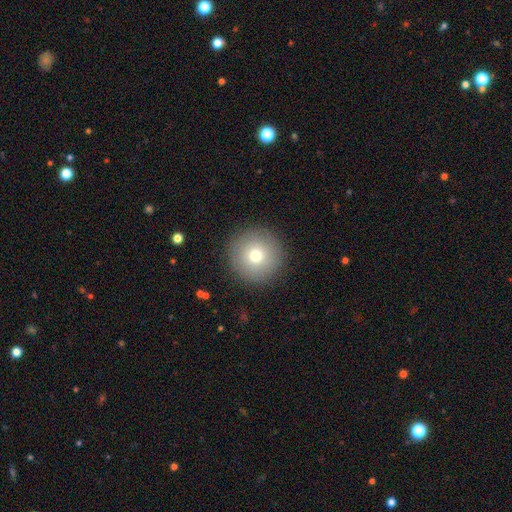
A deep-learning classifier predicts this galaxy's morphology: The model was most divided on "smooth or featured": smooth: 75%, featured or disk: 14%, star or artifact: 11%. More confident: how rounded — round (97%); merging — none (91%).